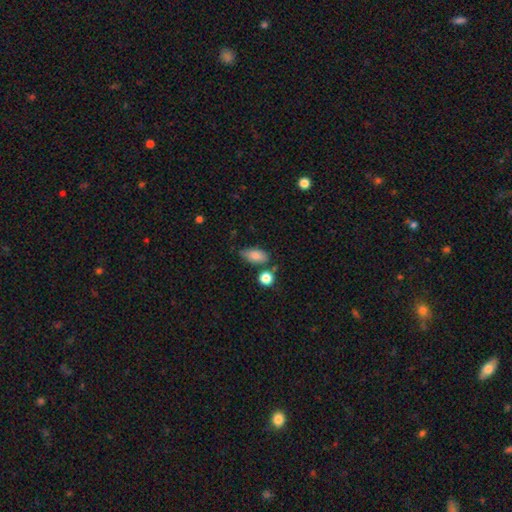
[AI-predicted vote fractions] This is clearly a smooth galaxy (82%). How rounded: clearly in between (86%). Merging: likely none (67%).